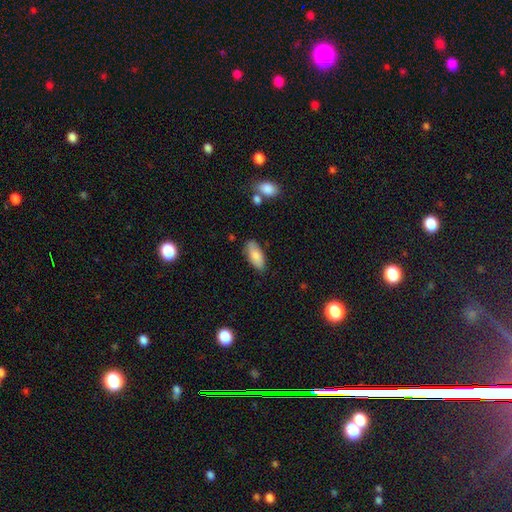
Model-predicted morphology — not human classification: A smooth galaxy with no disk features (83%) that is in between round and cigar-shaped (87%). Merging: none (80%).